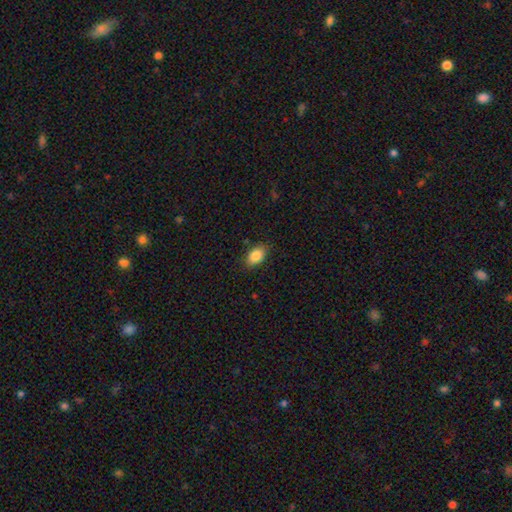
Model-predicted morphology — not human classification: This appears to be a smooth galaxy with no disk features (86%) that is in between round and cigar-shaped (87%). Merging: none (83%).